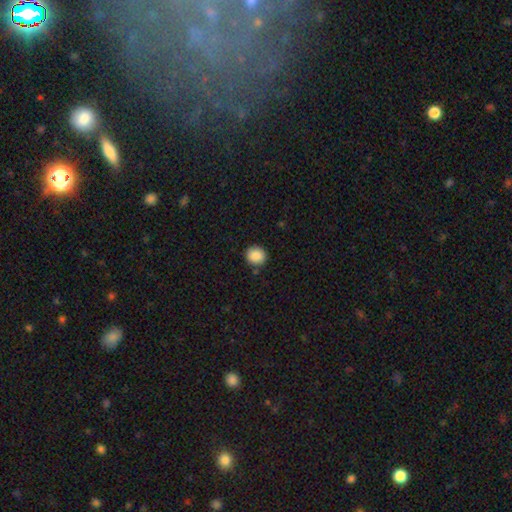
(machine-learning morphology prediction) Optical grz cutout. It shows a smooth galaxy with no disk features (88%) that is round (83%). Merging: none (87%).